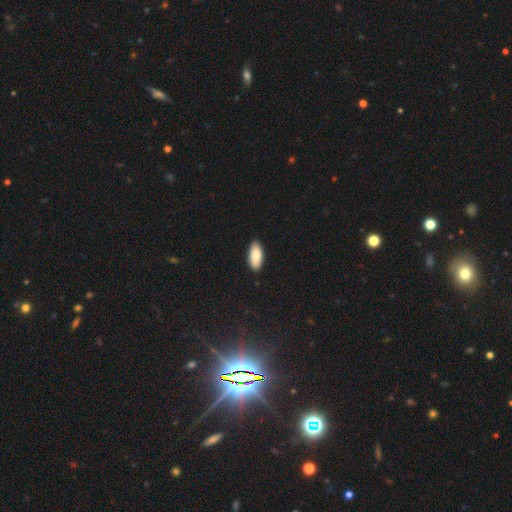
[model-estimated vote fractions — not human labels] This appears to be a smooth galaxy with no disk features (86%) that is in between round and cigar-shaped (88%). Merging: none (90%).